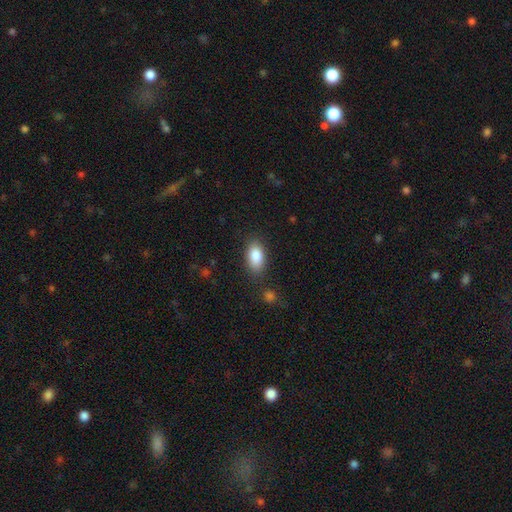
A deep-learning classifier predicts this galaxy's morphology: Overall: smooth (87%). How rounded: in between (92%). Merging: none (82%).